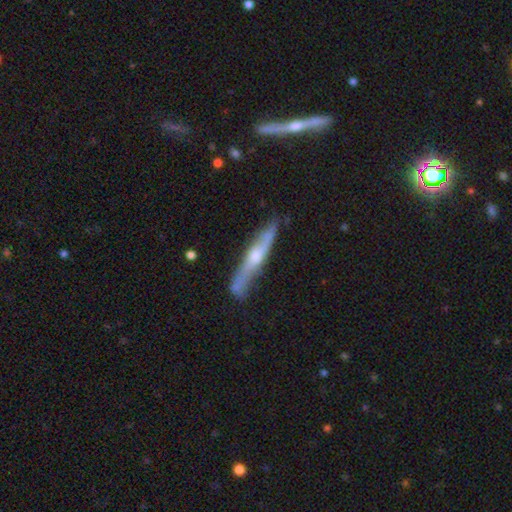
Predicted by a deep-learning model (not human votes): Overall: featured or disk (66%; smooth 28%). Edge-on disk: yes (86%). Edge-on bulge: rounded (80%). Merging: none (72%).